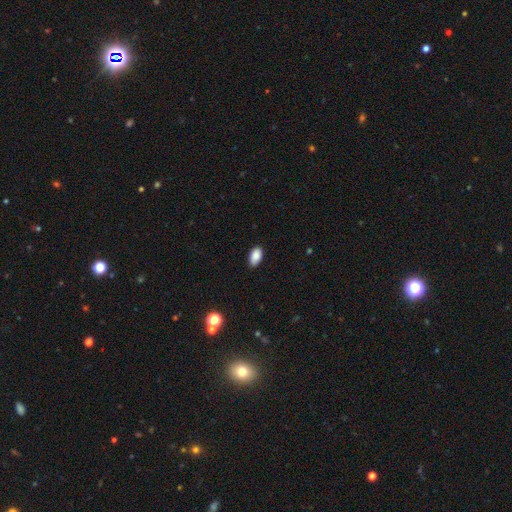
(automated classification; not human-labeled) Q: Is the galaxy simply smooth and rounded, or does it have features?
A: smooth — 88%.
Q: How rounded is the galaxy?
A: in between — 93%.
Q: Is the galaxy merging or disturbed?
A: none — 81%.